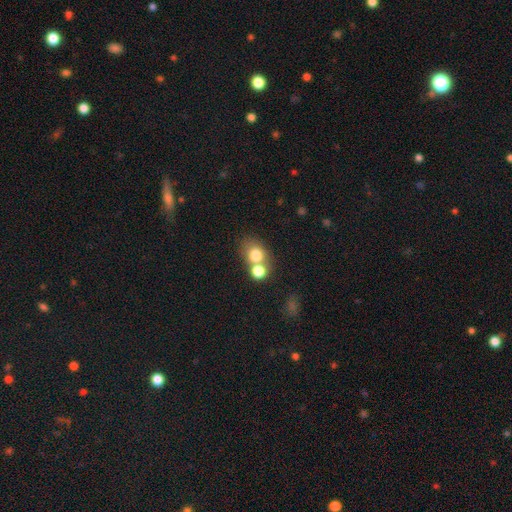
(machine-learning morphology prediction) Smooth or featured? smooth (76%)
How rounded? round (61%)
Merging? merger (45%)